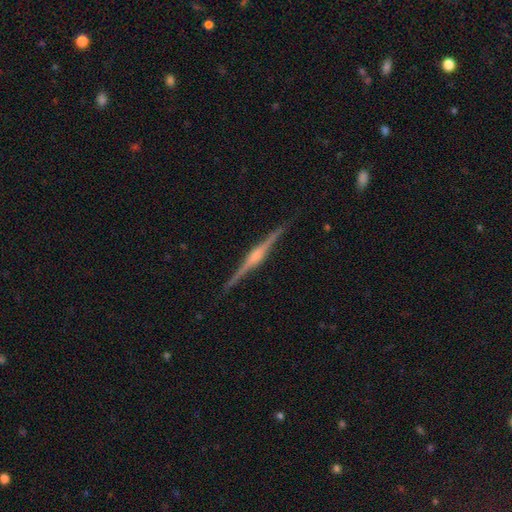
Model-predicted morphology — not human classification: Q: Smooth or featured?
A: featured or disk (88%); runner-up: smooth (7%)
Q: Edge-on disk?
A: yes (99%); runner-up: no (1%)
Q: Edge-on bulge?
A: rounded (76%); runner-up: boxy (16%)
Q: Merging?
A: none (91%); runner-up: minor disturbance (6%)